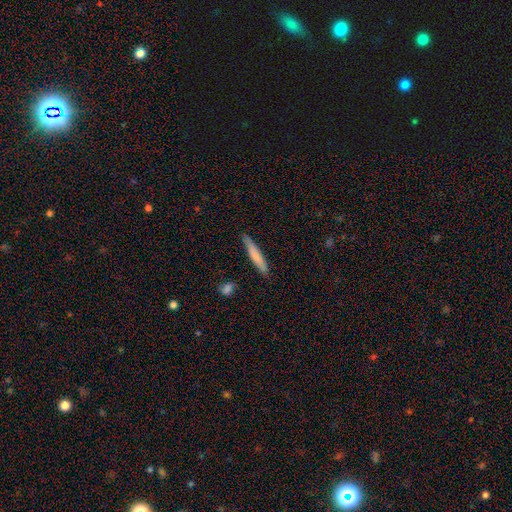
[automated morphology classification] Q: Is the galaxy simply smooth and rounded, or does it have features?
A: smooth — 73%.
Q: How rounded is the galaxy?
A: cigar-shaped — 93%.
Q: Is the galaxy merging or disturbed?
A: none — 85%.